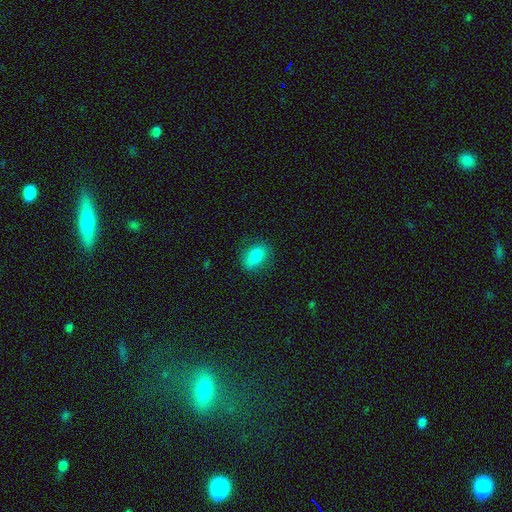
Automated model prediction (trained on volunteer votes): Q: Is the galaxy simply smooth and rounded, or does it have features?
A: smooth — 82%.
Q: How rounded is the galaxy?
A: in between — 84%.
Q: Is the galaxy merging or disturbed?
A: none — 80%.